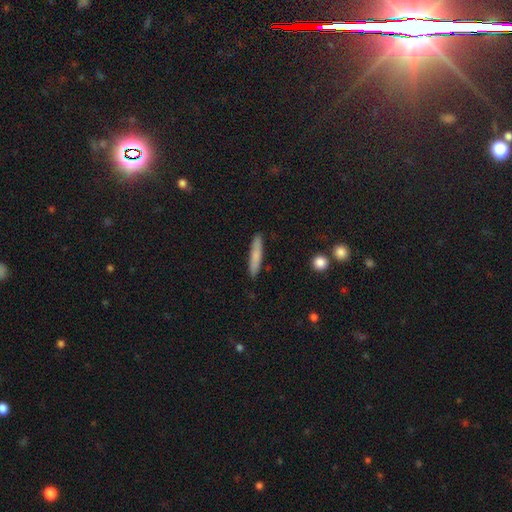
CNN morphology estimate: Smooth or featured: smooth — 75% (featured or disk — 19%)
How rounded: cigar-shaped — 91% (in between — 7%)
Merging: none — 89% (minor disturbance — 8%)